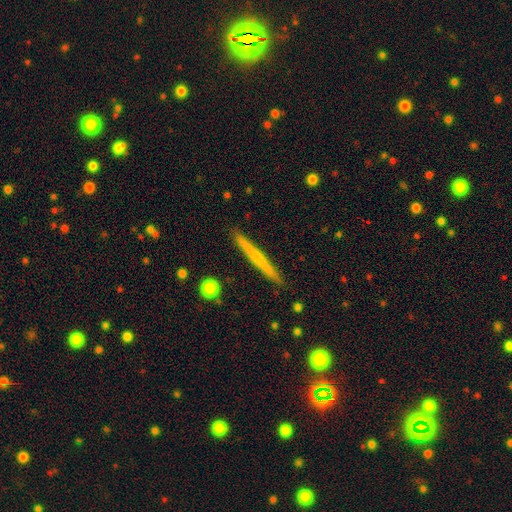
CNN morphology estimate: Smooth or featured? smooth (47%, tied with featured or disk)
Merging? none (91%)